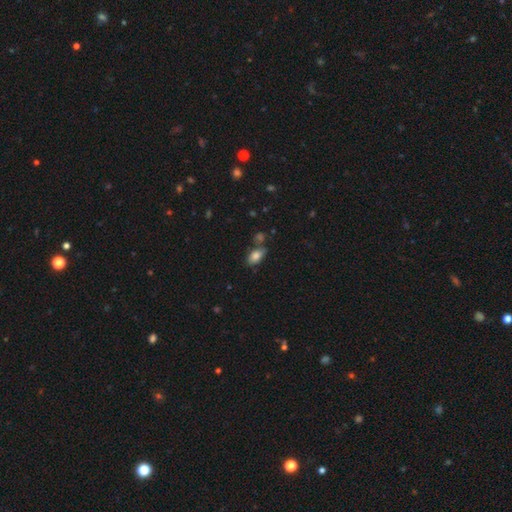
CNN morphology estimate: smooth 83%, star or artifact 9%, featured or disk 8%. Down the decision tree: how rounded — in between (90%); merging — none (64%).